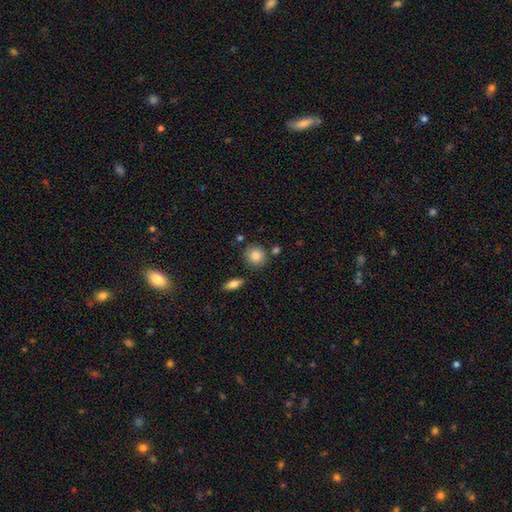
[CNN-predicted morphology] smooth-or-featured: smooth: 85% | star or artifact: 8% | featured or disk: 7%
  how-rounded: round: 83% | in between: 15% | cigar-shaped: 1%
  merging: none: 79% | minor disturbance: 11% | merger: 7% | major disturbance: 3%